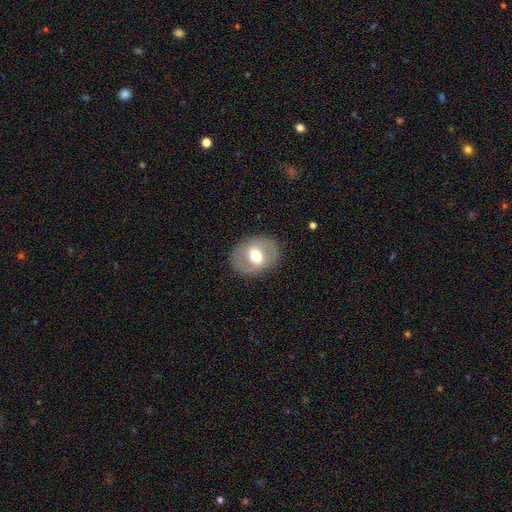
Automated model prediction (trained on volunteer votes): smooth_or_featured: featured or disk (p=0.47) [alt: smooth p=0.46]
merging: none (p=0.85) [alt: minor disturbance p=0.10]